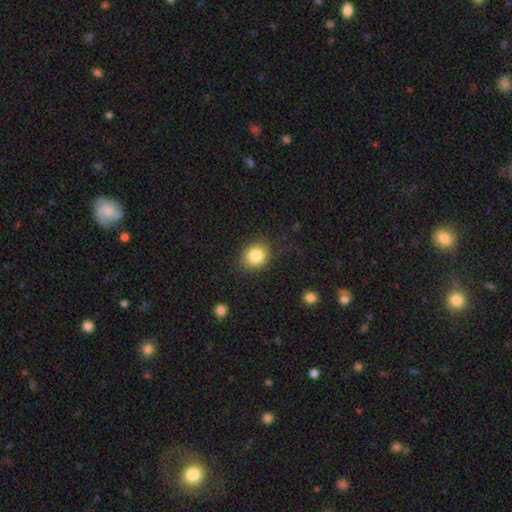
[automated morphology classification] Overall: smooth (83%). How rounded: round (66%; in between 34%). Merging: none (84%).